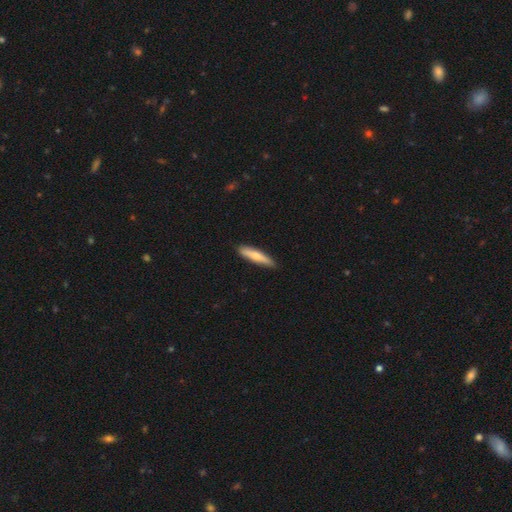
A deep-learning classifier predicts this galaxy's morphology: Overall: smooth (65%; featured or disk 30%). How rounded: cigar-shaped (83%). Merging: none (88%).